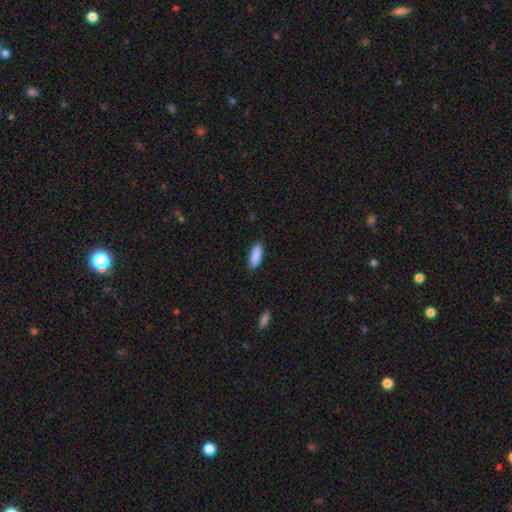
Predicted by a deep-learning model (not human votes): Smooth or featured? Predicted: smooth (p=0.90). How rounded? Predicted: in between (p=0.60). Merging? Predicted: none (p=0.88).